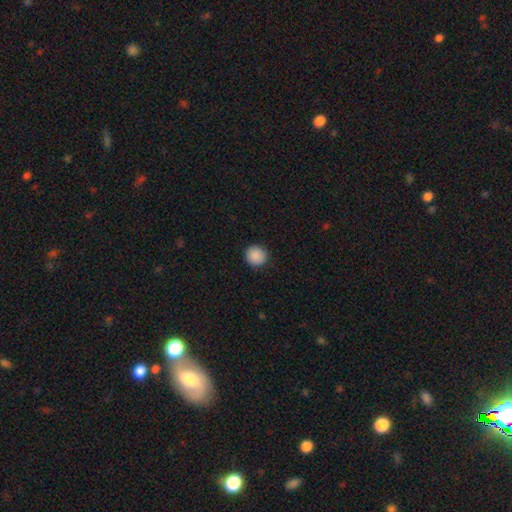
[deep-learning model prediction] A smooth galaxy with no disk features (90%) that is round (93%).

Vote fractions:
- Smooth or featured? smooth: 90% / star or artifact: 8% / featured or disk: 2%
- How rounded? round: 93% / in between: 6% / cigar-shaped: 1%
- Merging? none: 91% / minor disturbance: 6% / major disturbance: 2% / merger: 1%